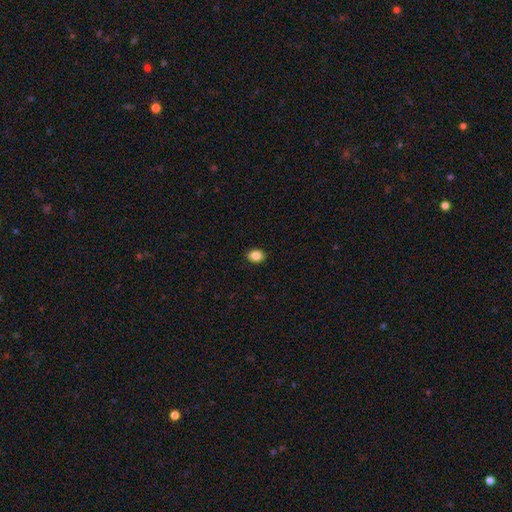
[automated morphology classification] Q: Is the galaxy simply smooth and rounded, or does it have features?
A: smooth — 86%.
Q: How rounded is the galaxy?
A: in between — 57%.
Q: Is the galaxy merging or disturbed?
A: none — 91%.